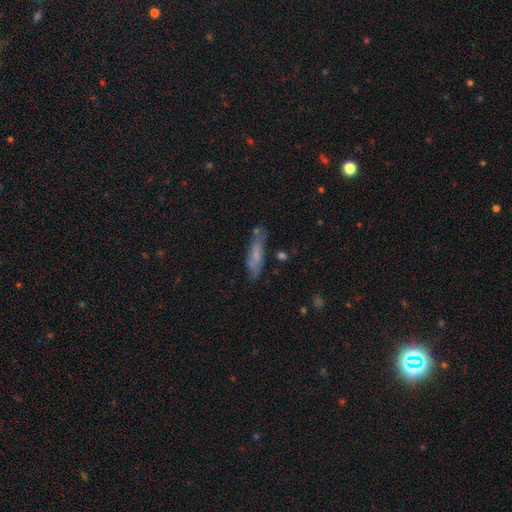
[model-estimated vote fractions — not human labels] This is possibly a smooth galaxy (58%). How rounded: likely cigar-shaped (66%). Merging: likely none (65%).